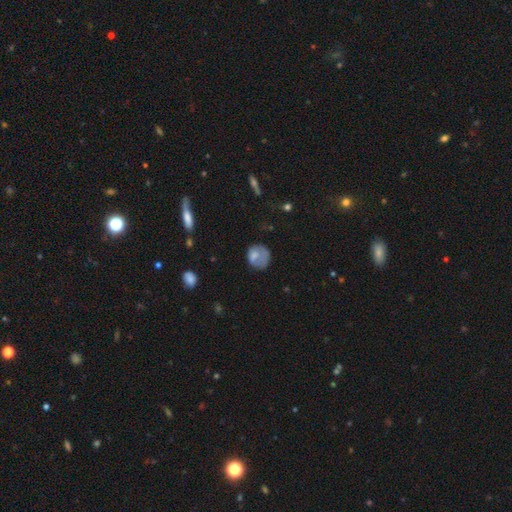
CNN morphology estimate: smooth 70%, featured or disk 21%, star or artifact 10%. Down the decision tree: how rounded — round (75%); merging — none (47%).